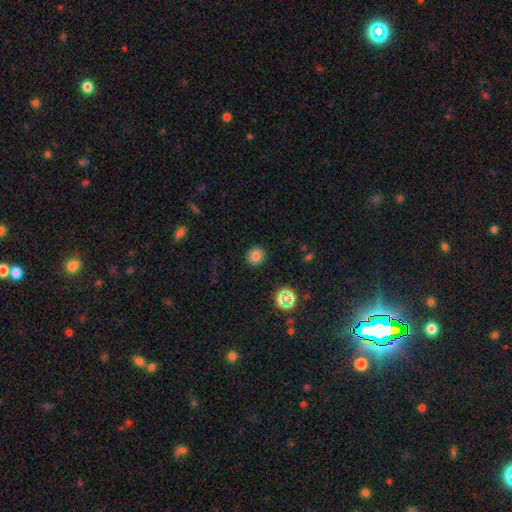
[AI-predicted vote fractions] The model was most divided on "smooth or featured": smooth: 79%, star or artifact: 15%, featured or disk: 6%. More confident: merging — none (90%); how rounded — round (87%).